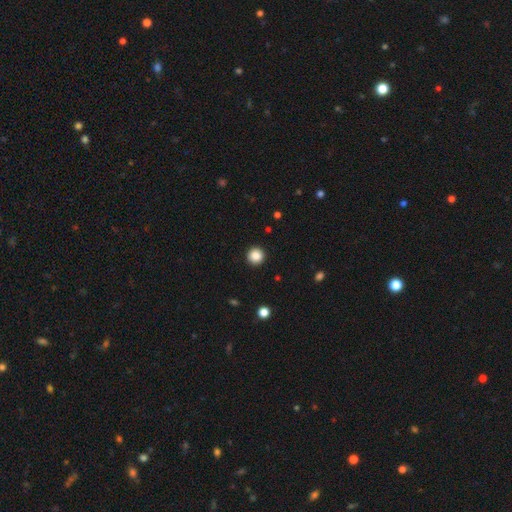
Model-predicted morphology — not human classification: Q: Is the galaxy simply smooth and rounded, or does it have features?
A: smooth — 86%.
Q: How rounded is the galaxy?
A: round — 96%.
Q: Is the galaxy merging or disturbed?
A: none — 93%.